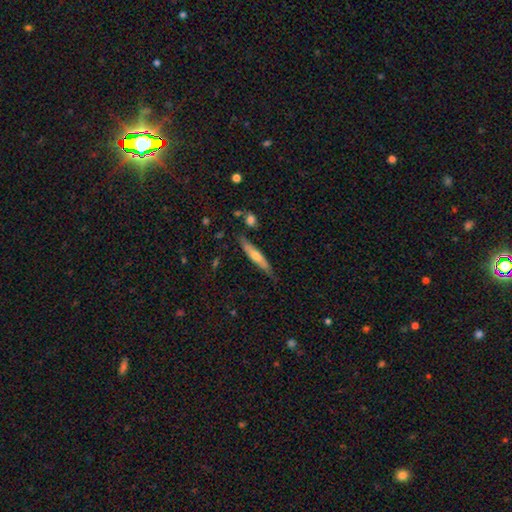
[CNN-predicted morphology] smooth-or-featured: smooth: 53% | featured or disk: 41% | star or artifact: 6%
  how-rounded: cigar-shaped: 89% | in between: 10% | round: 2%
  merging: none: 76% | minor disturbance: 18% | major disturbance: 3% | merger: 3%